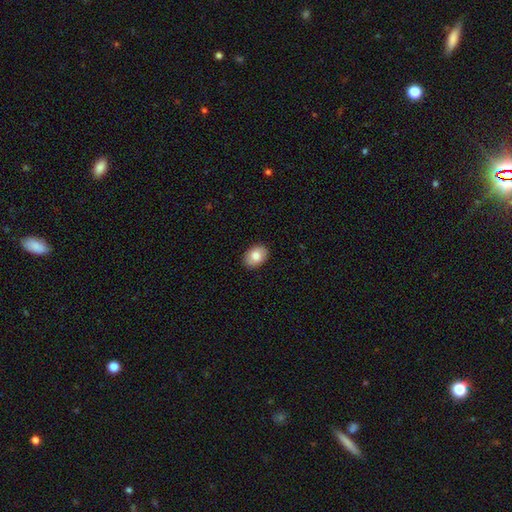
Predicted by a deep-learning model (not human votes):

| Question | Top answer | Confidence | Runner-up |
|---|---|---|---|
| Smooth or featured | smooth | 83% | featured or disk (10%) |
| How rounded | in between | 77% | round (22%) |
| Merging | none | 90% | minor disturbance (8%) |